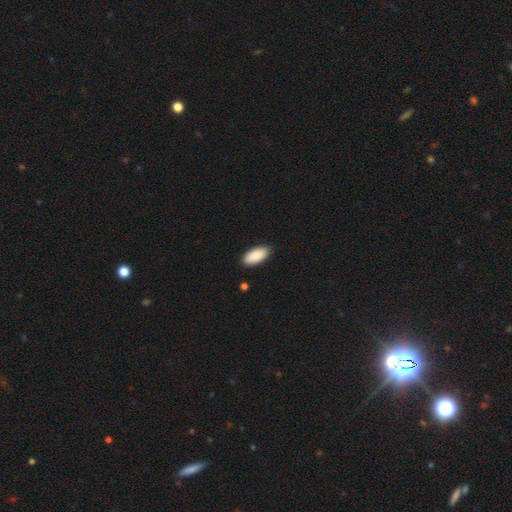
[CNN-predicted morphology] The model was most divided on "merging": none: 87%, minor disturbance: 10%, major disturbance: 2%, merger: 1%. More confident: how rounded — in between (93%); smooth or featured — smooth (90%).